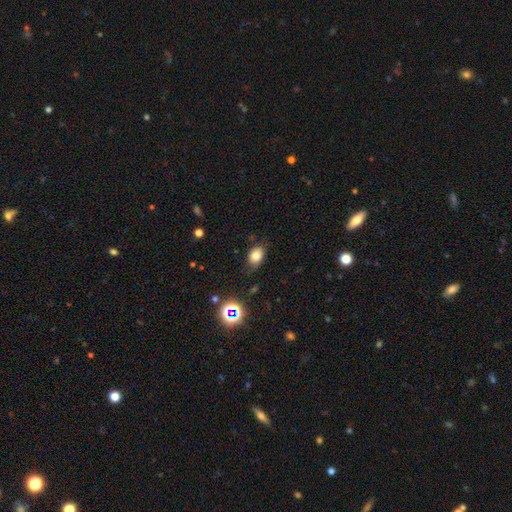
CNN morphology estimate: Smooth or featured: smooth — 78% (star or artifact — 14%)
How rounded: in between — 71% (round — 28%)
Merging: none — 75% (minor disturbance — 19%)